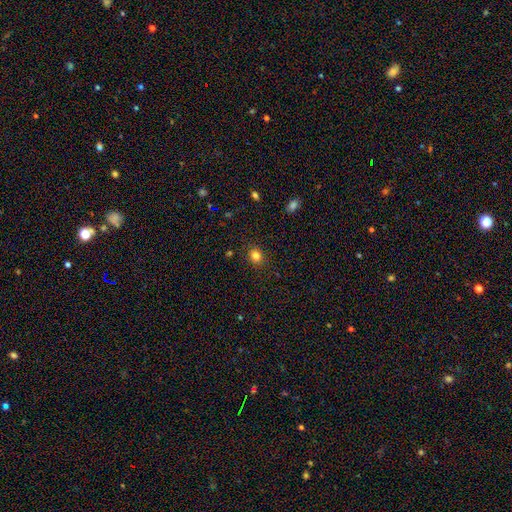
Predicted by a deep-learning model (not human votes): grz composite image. It shows a smooth galaxy with no disk features (81%) that is round (57%). Merging: none (87%).